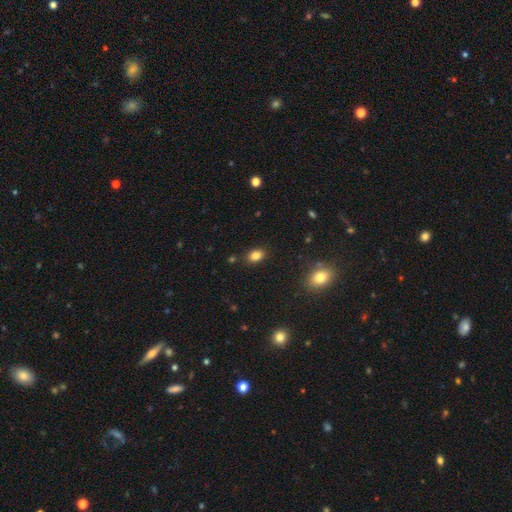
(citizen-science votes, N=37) Smooth or featured? smooth (89%)
How rounded? in between (73%)
Merging? none (89%)